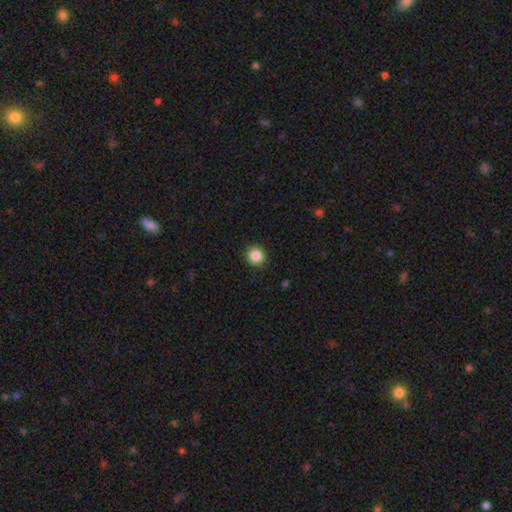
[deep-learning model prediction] Morphology: type=smooth (86%); roundness=round (92%); merging=none (92%).